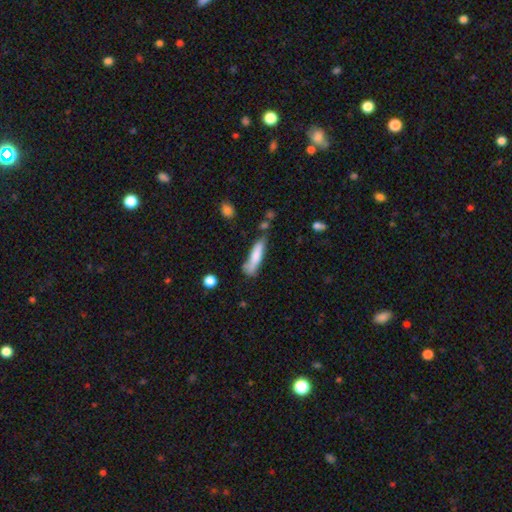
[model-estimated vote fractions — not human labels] Morphology: type=smooth (75%); roundness=cigar-shaped (76%); merging=none (54%).